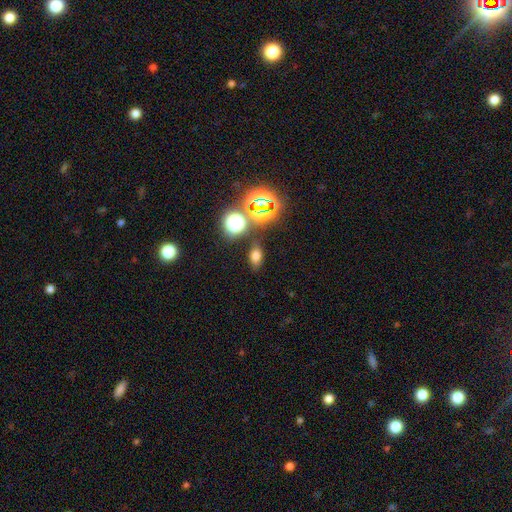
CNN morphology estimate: Overall: smooth (61%; star or artifact 29%). How rounded: in between (78%). Merging: none (80%).